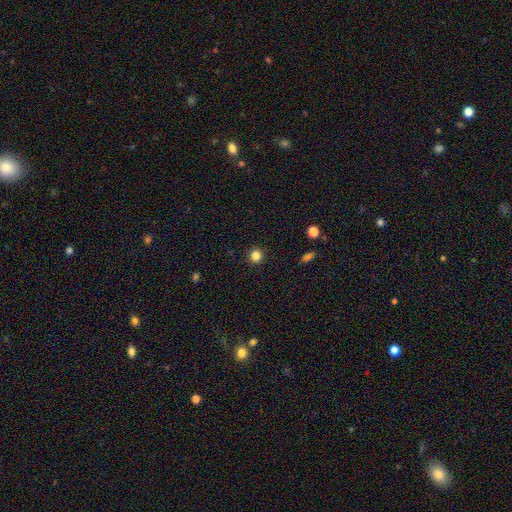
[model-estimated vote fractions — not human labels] Overall: smooth (83%). How rounded: round (93%). Merging: none (92%).